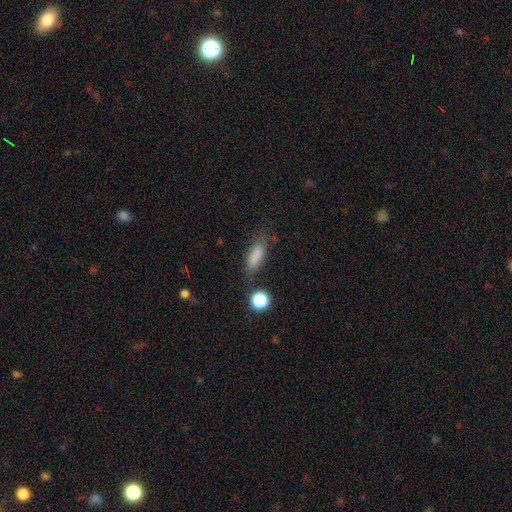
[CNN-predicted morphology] Smooth or featured?
  - smooth: 81% *
  - star or artifact: 10%
  - featured or disk: 8%
How rounded?
  - in between: 65% *
  - cigar-shaped: 30%
  - round: 5%
Merging?
  - none: 67% *
  - minor disturbance: 20%
  - major disturbance: 8%
  - merger: 5%